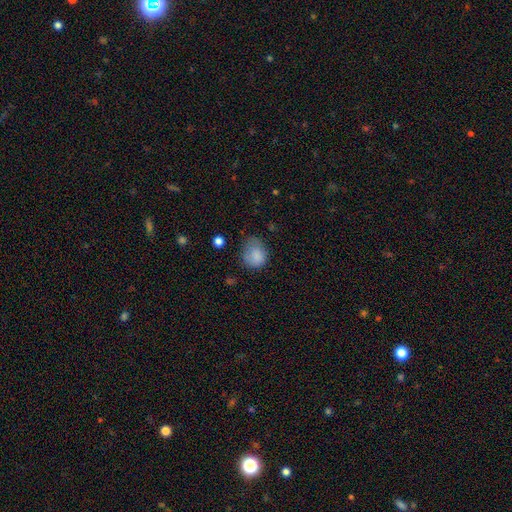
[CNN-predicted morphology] This is clearly a smooth galaxy (82%). How rounded: possibly round (56%). Merging: possibly none (46%).